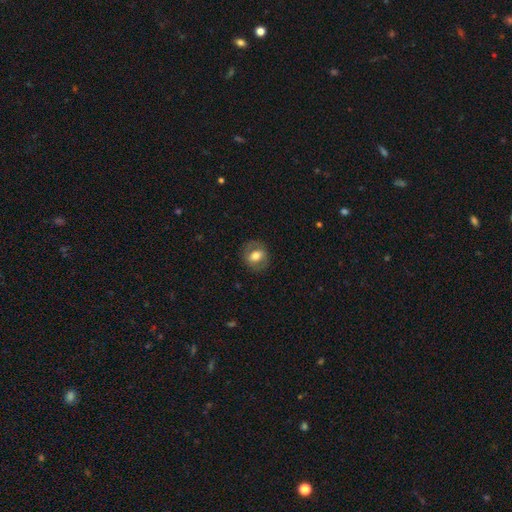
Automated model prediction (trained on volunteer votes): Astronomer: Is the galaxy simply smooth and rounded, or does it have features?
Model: smooth — 56% (runner-up: featured or disk, 36%).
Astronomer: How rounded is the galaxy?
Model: round — 53% (runner-up: in between, 46%).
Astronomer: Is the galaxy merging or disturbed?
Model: none — 80%.